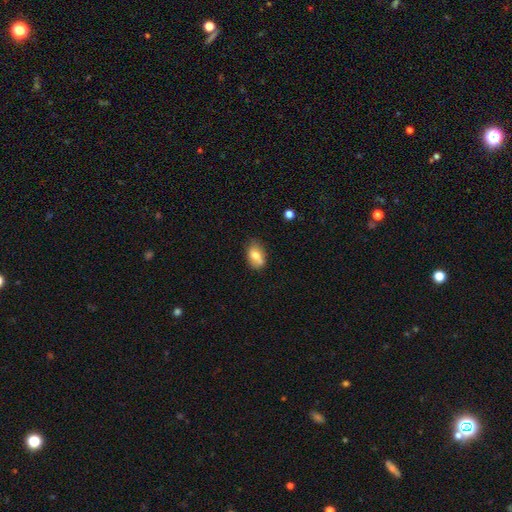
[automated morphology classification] This appears to be a smooth galaxy with no disk features (70%) that is in between round and cigar-shaped (81%). Merging: none (53%).